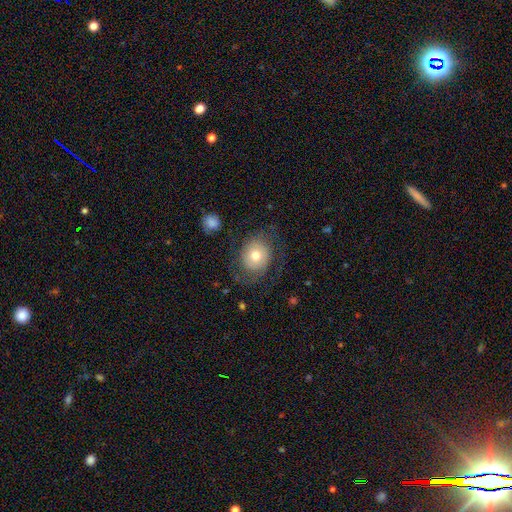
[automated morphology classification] Smooth or featured? Predicted: smooth (p=0.60). How rounded? Predicted: round (p=0.64). Merging? Predicted: none (p=0.67).